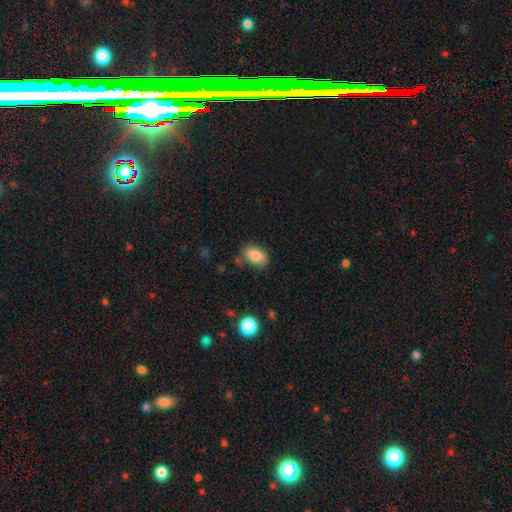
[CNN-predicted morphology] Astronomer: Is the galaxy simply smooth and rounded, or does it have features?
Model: smooth — 86%.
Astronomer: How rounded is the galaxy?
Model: in between — 84%.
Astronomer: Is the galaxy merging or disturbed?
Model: none — 75%.